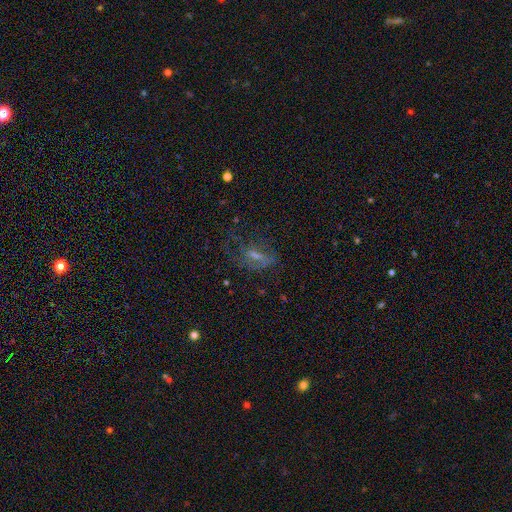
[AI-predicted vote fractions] Q: Smooth or featured?
A: featured or disk (43%); runner-up: smooth (36%)
Q: Merging?
A: none (43%); runner-up: major disturbance (34%)